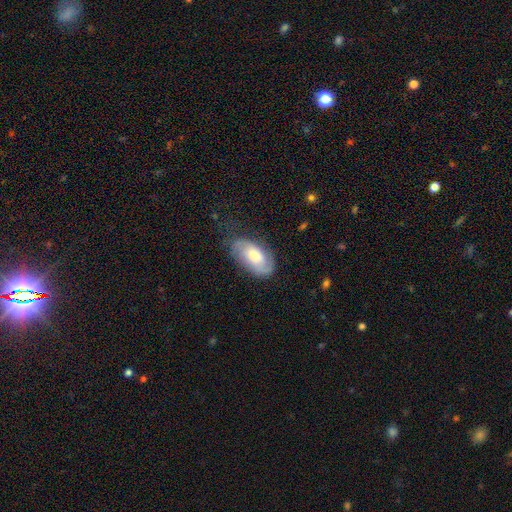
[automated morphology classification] smooth-or-featured: featured or disk: 50% | smooth: 43% | star or artifact: 7%
  disk-edge-on: no: 94% | yes: 6%
  merging: none: 62% | minor disturbance: 25% | major disturbance: 11% | merger: 2%